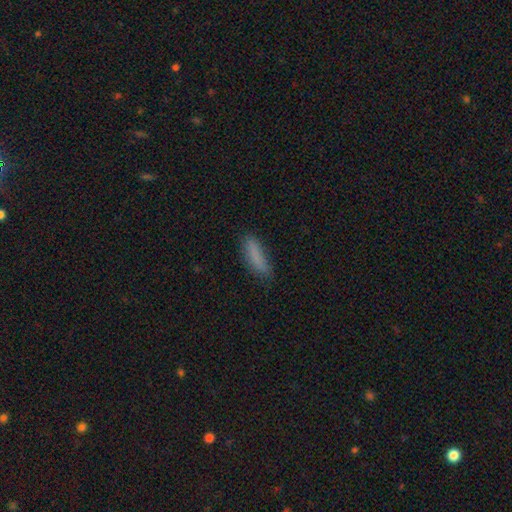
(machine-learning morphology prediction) A smooth galaxy with no disk features (84%) that is cigar-shaped (61%). Merging: none (74%).